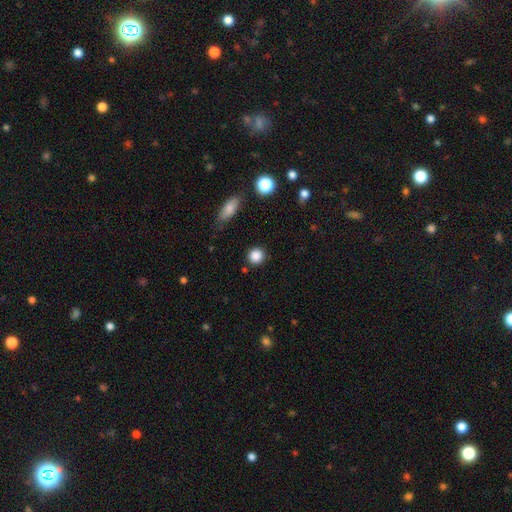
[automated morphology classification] Smooth or featured?
  - smooth: 86% *
  - star or artifact: 10%
  - featured or disk: 4%
How rounded?
  - round: 91% *
  - in between: 8%
  - cigar-shaped: 1%
Merging?
  - none: 87% *
  - minor disturbance: 8%
  - major disturbance: 3%
  - merger: 2%